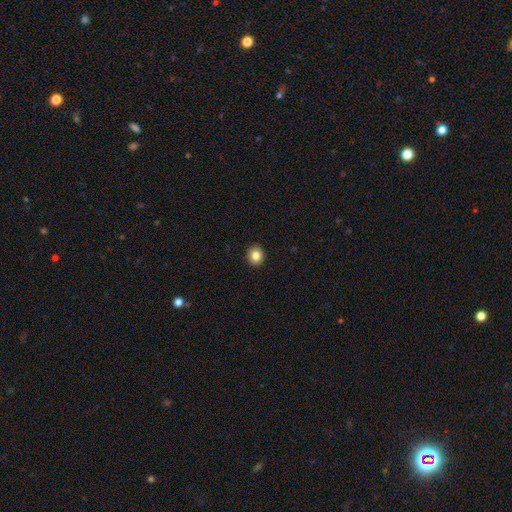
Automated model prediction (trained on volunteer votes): This appears to be a smooth galaxy with no disk features (83%) that is round (83%). Merging: none (93%).